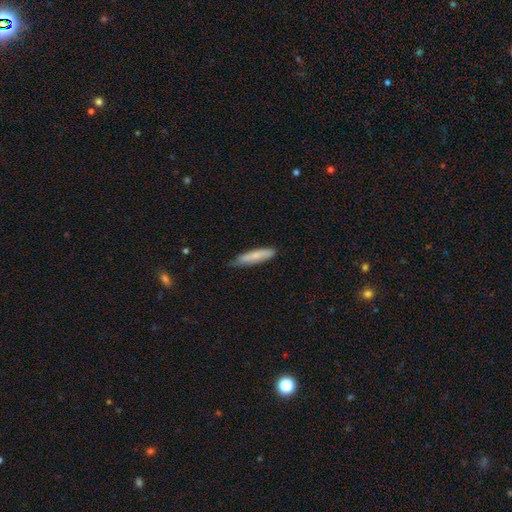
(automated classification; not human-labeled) Smooth or featured? Predicted: smooth (p=0.74). How rounded? Predicted: cigar-shaped (p=0.82). Merging? Predicted: none (p=0.73).